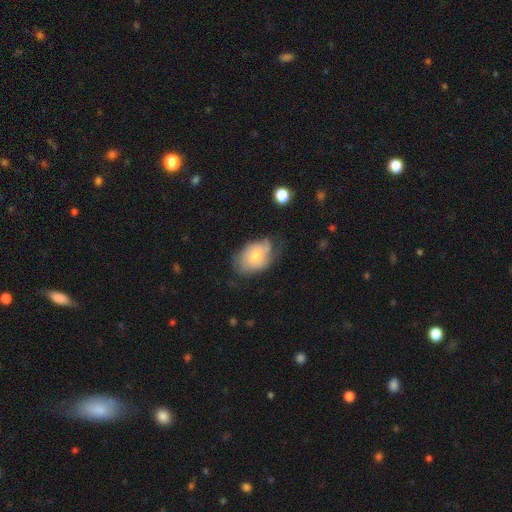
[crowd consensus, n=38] Morphology: type=smooth (74%); roundness=in between (89%); merging=minor disturbance (44%).